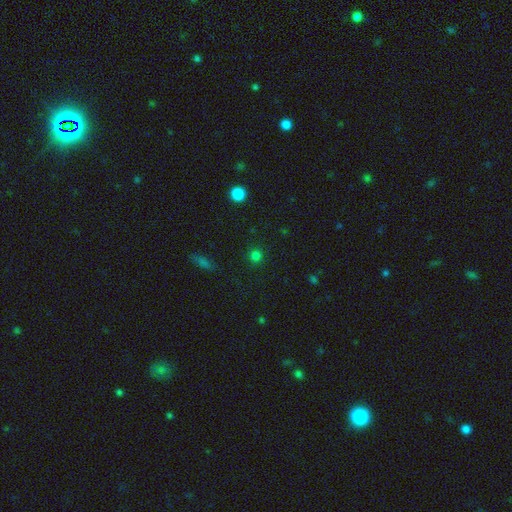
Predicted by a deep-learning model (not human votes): Overall: smooth (77%). How rounded: round (92%). Merging: none (90%).